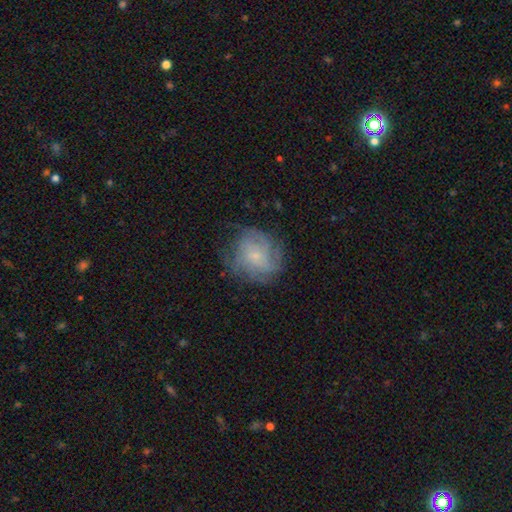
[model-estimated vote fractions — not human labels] A featured or disk galaxy (63%) with no bar (77%), tight (51%) spiral arms (86%) and a small central bulge (72%). Merging: none (69%).